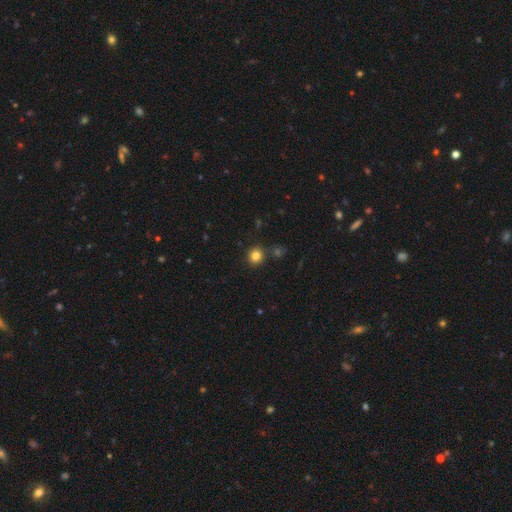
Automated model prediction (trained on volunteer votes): This appears to be a smooth galaxy with no disk features (82%) that is round (88%). Merging: none (84%).